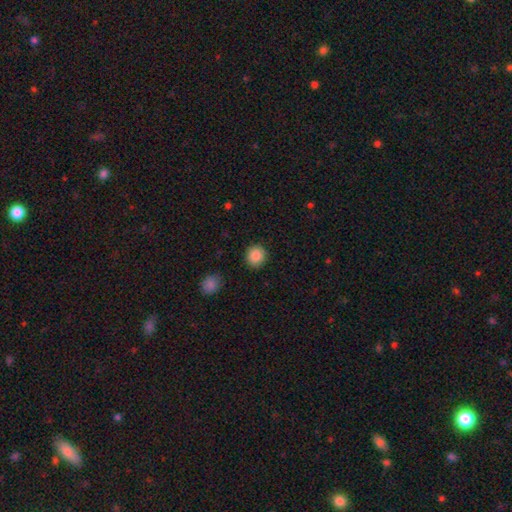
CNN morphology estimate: Overall: smooth (88%). How rounded: round (87%). Merging: none (90%).